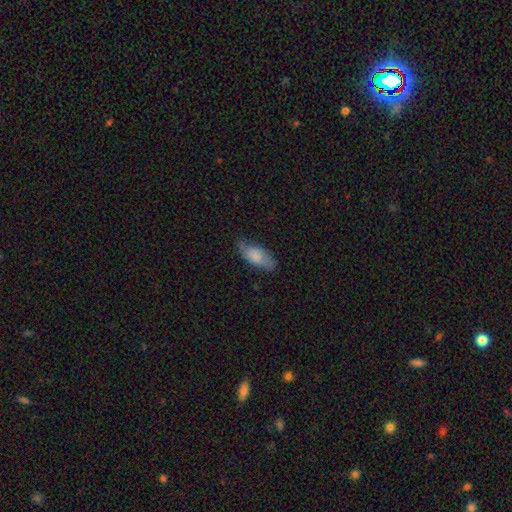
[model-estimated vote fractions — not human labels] Smooth or featured? Predicted: smooth (p=0.76). How rounded? Predicted: in between (p=0.83). Merging? Predicted: none (p=0.66).